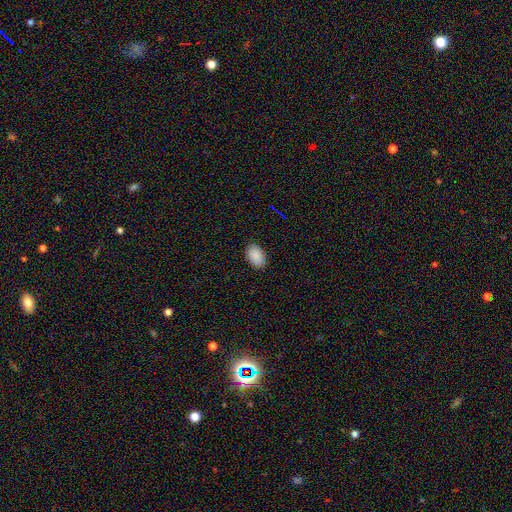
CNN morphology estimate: This appears to be a smooth galaxy with no disk features (91%) that is in between round and cigar-shaped (91%). Merging: none (89%).